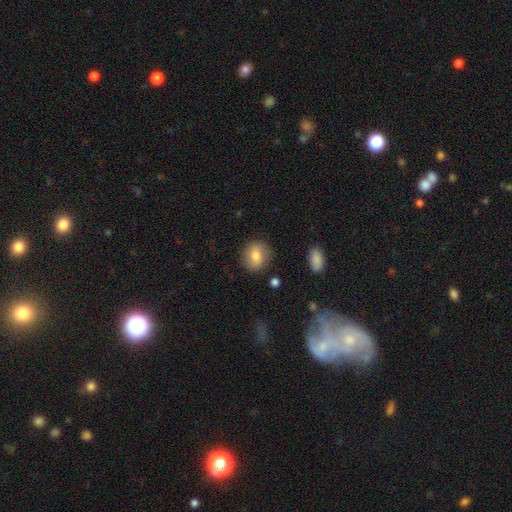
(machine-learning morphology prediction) Smooth or featured?
  - smooth: 76% *
  - featured or disk: 15%
  - star or artifact: 8%
How rounded?
  - round: 67% *
  - in between: 31%
  - cigar-shaped: 1%
Merging?
  - none: 84% *
  - minor disturbance: 11%
  - major disturbance: 3%
  - merger: 2%